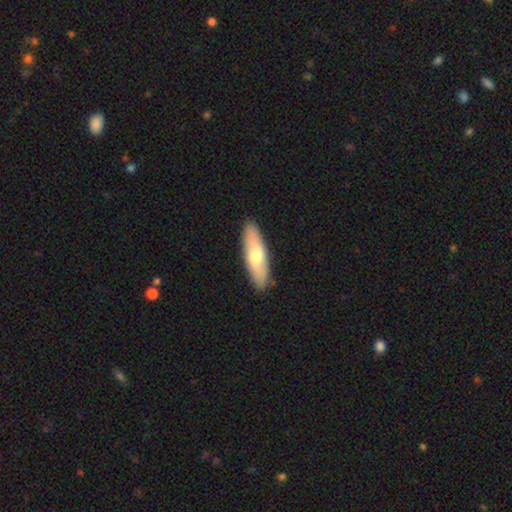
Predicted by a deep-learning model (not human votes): Q: Smooth or featured?
A: smooth (60%); runner-up: featured or disk (35%)
Q: How rounded?
A: cigar-shaped (52%); runner-up: in between (46%)
Q: Merging?
A: none (89%); runner-up: minor disturbance (8%)